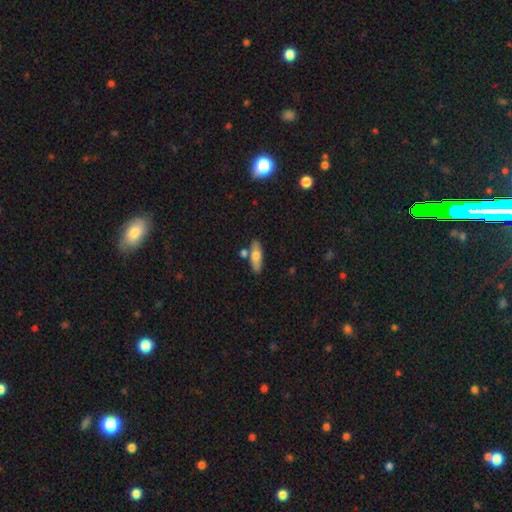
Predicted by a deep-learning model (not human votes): Smooth or featured?
  - smooth: 65% *
  - featured or disk: 29%
  - star or artifact: 6%
How rounded?
  - in between: 56% *
  - cigar-shaped: 41%
  - round: 3%
Merging?
  - none: 75% *
  - minor disturbance: 12%
  - merger: 11%
  - major disturbance: 3%